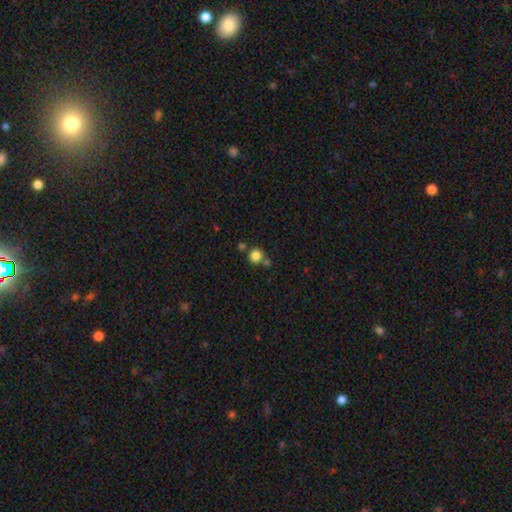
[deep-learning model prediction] A smooth galaxy with no disk features (84%) that is round (90%).

Vote fractions:
- Smooth or featured? smooth: 84% / star or artifact: 11% / featured or disk: 5%
- How rounded? round: 90% / in between: 9% / cigar-shaped: 1%
- Merging? none: 67% / merger: 20% / minor disturbance: 10% / major disturbance: 4%